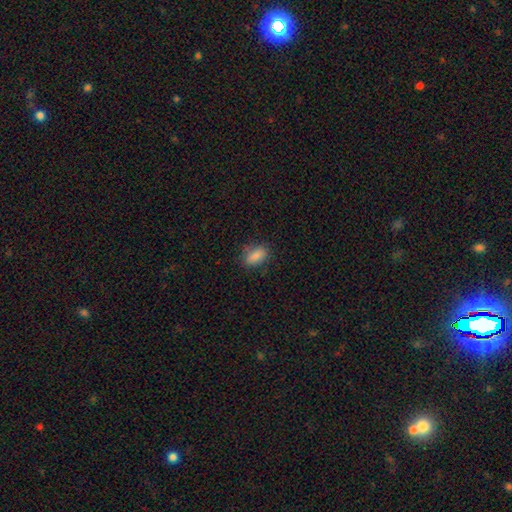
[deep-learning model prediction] This appears to be a smooth galaxy with no disk features (85%) that is in between round and cigar-shaped (85%). Merging: none (77%).